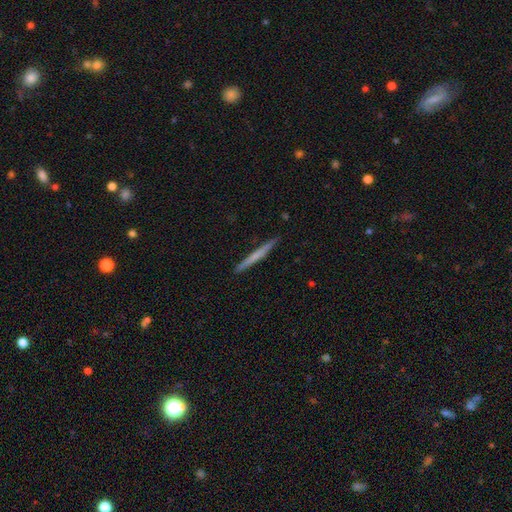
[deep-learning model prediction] A smooth galaxy with no disk features (53%) that is cigar-shaped (97%).

Vote fractions:
- Smooth or featured? smooth: 53% / featured or disk: 42% / star or artifact: 6%
- How rounded? cigar-shaped: 97% / in between: 2% / round: 1%
- Merging? none: 91% / minor disturbance: 6% / major disturbance: 1% / merger: 1%